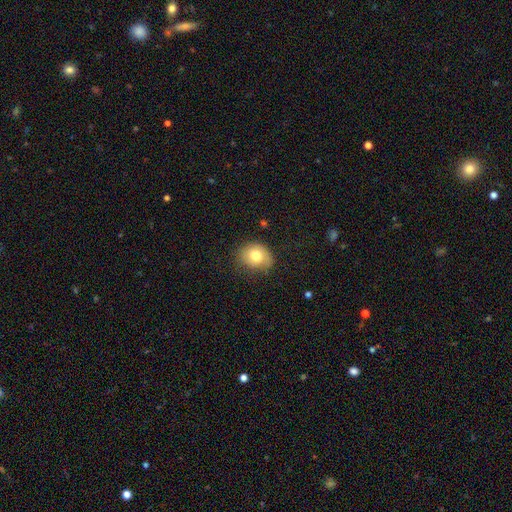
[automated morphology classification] type=smooth (77%); roundness=round (54%); merging=none (71%).